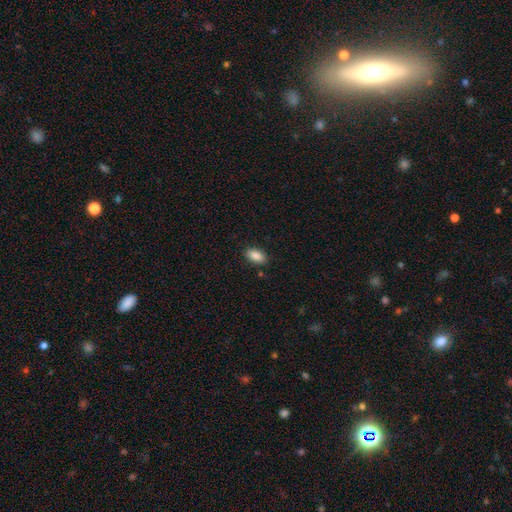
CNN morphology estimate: This appears to be a smooth galaxy with no disk features (88%) that is in between round and cigar-shaped (92%). Merging: none (87%).